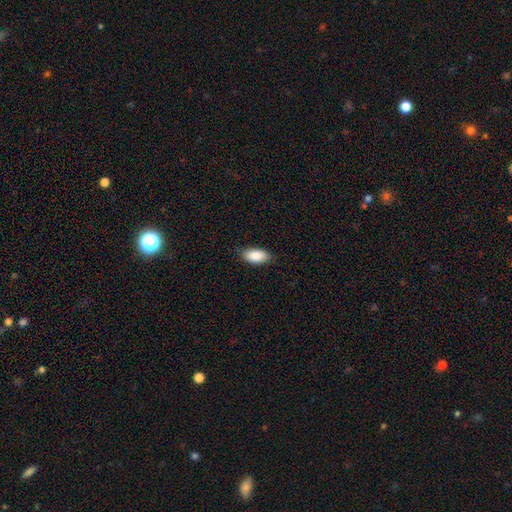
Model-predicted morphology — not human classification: A smooth galaxy with no disk features (89%) that is in between round and cigar-shaped (93%).

Vote fractions:
- Smooth or featured? smooth: 89% / star or artifact: 6% / featured or disk: 5%
- How rounded? in between: 93% / cigar-shaped: 5% / round: 3%
- Merging? none: 84% / minor disturbance: 13% / major disturbance: 2% / merger: 1%